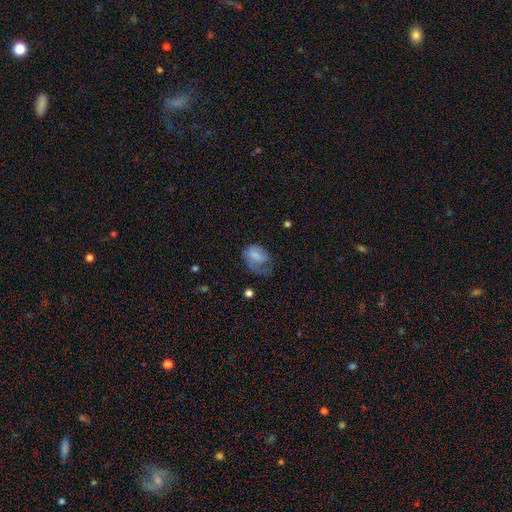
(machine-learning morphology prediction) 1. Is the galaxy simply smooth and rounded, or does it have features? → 60% smooth, 32% featured or disk, 8% star or artifact.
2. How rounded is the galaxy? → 74% in between, 24% round, 2% cigar-shaped.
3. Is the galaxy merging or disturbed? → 39% major disturbance, 29% minor disturbance, 29% none, 2% merger.